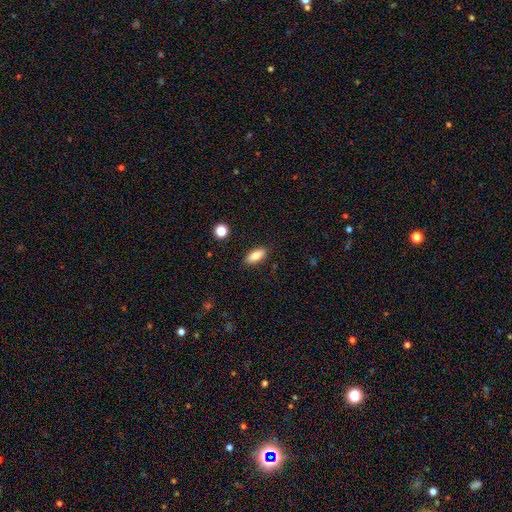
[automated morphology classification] Overall: smooth (80%). How rounded: in between (77%). Merging: none (87%).